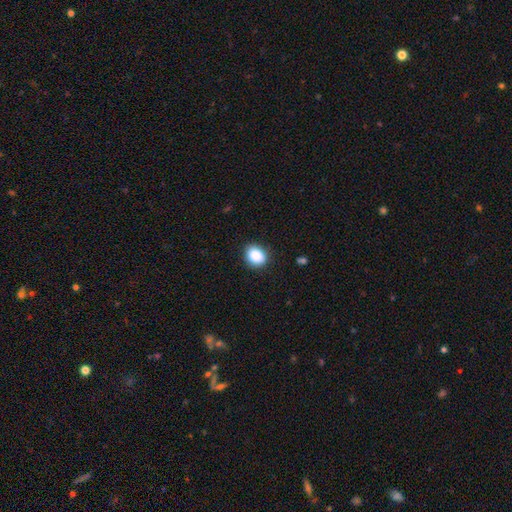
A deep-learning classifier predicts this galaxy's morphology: smooth 88%, star or artifact 8%, featured or disk 3%. Down the decision tree: how rounded — in between (54%); merging — none (85%).